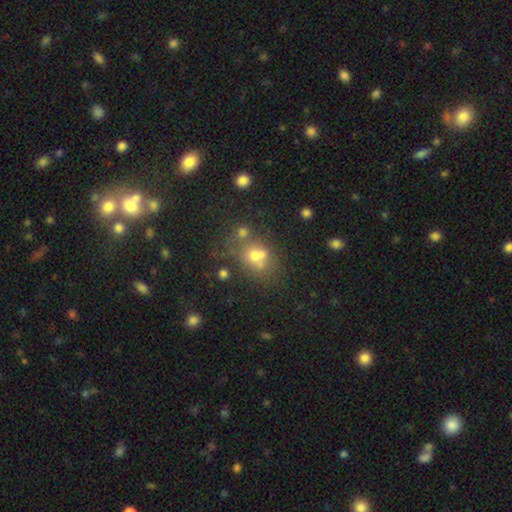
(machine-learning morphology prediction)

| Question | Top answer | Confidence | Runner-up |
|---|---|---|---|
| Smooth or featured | smooth | 59% | star or artifact (21%) |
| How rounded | round | 64% | in between (35%) |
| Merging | none | 44% | merger (38%) |